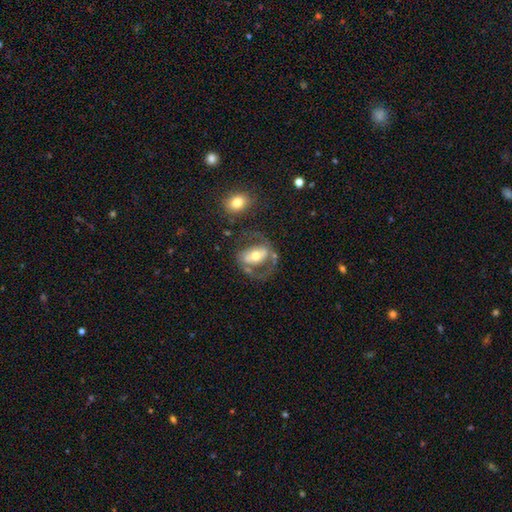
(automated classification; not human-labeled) The model was most divided on "spiral arms": yes: 52%, no: 48%. Remaining: edge-on disk — no (94%); bulge size — moderate (65%); smooth or featured — featured or disk (64%); merging — none (50%); bar — no (43%).